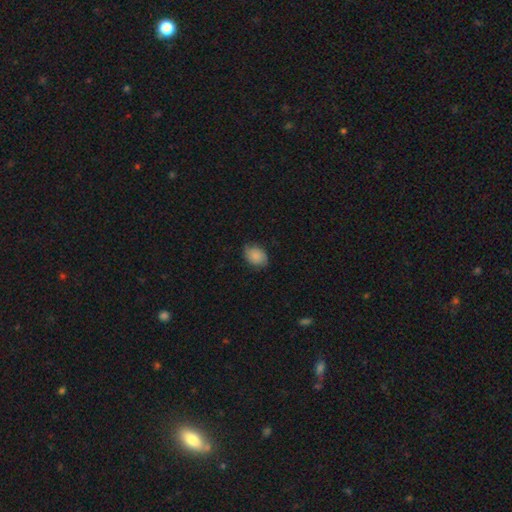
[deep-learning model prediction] The model was most divided on "how rounded": in between: 73%, round: 26%, cigar-shaped: 1%. More confident: smooth or featured — smooth (82%); merging — none (74%).